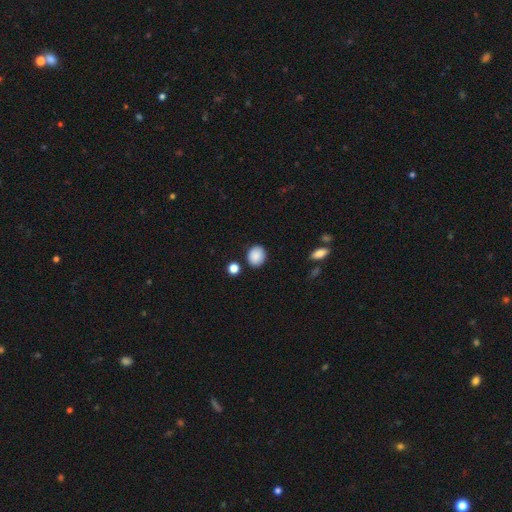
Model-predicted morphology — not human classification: This appears to be a smooth galaxy with no disk features (89%) that is round (58%). Merging: none (85%).